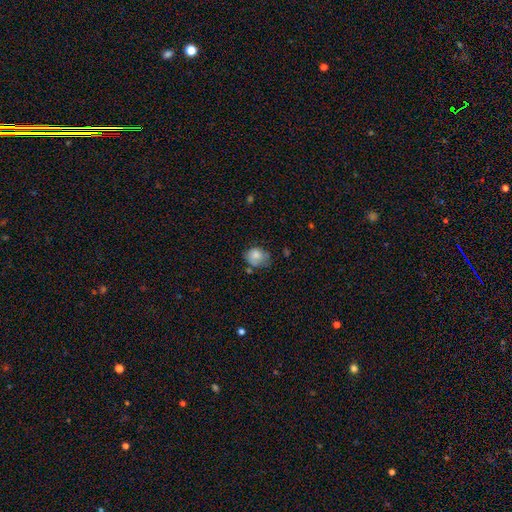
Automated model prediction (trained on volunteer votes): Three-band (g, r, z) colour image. It shows a smooth galaxy with no disk features (77%) that is round (63%). Merging: none (50%).